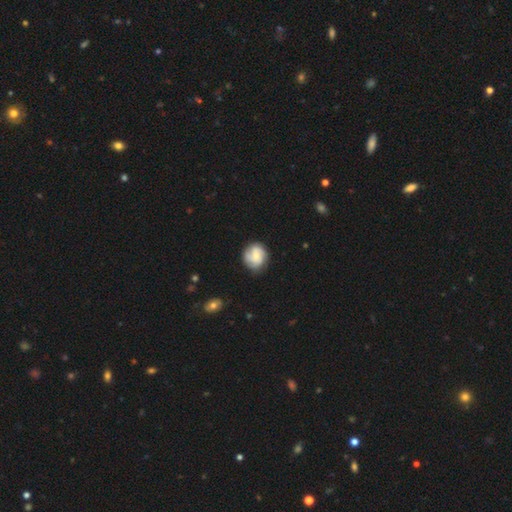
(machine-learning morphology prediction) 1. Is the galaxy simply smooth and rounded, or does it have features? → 59% featured or disk, 35% smooth, 7% star or artifact.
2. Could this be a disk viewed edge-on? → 98% no, 2% yes.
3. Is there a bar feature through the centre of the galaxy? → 59% no, 35% weak, 6% strong.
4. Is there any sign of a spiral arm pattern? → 90% yes, 10% no.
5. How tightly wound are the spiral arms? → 45% tight, 40% medium, 15% loose.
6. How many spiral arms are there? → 38% 3, 26% 2, 21% can't tell, 8% 4, 4% 1, 4% more than 4.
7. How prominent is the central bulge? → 51% small, 39% moderate, 6% none, 3% large, 1% dominant.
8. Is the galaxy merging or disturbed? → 78% none, 16% minor disturbance, 5% major disturbance, 1% merger.